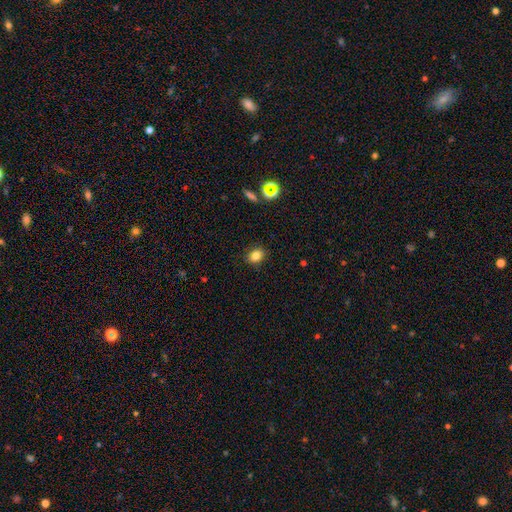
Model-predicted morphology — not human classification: Q: Smooth or featured?
A: smooth (81%); runner-up: star or artifact (12%)
Q: How rounded?
A: in between (61%); runner-up: round (38%)
Q: Merging?
A: none (88%); runner-up: minor disturbance (9%)